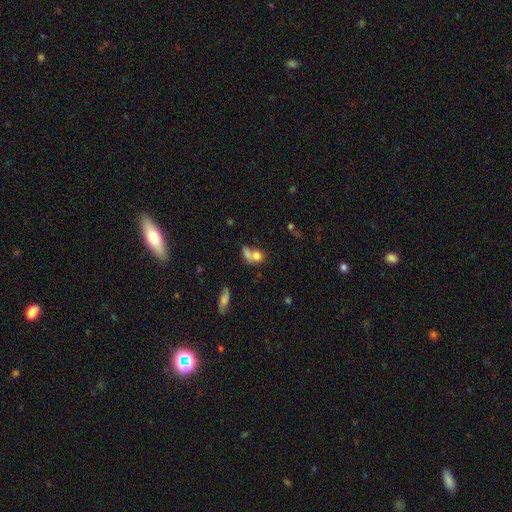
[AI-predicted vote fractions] This appears to be a smooth galaxy with no disk features (72%) that is round (53%). Merging: merger (54%).